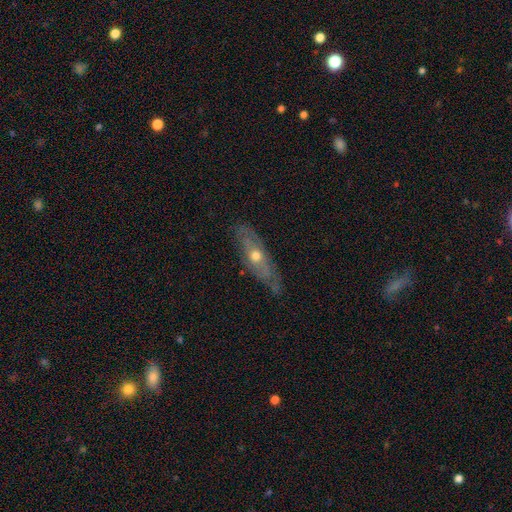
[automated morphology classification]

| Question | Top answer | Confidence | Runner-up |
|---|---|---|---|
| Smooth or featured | featured or disk | 66% | smooth (27%) |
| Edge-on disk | no | 56% | yes (44%) |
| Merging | none | 75% | minor disturbance (20%) |